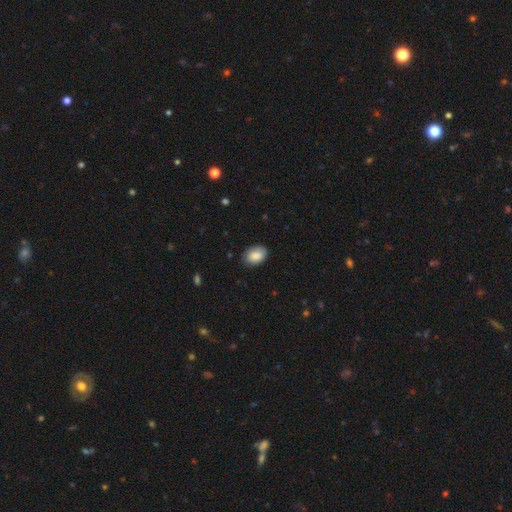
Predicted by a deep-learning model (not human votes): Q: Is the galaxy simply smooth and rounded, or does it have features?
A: smooth — 87%.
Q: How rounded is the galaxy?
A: in between — 84%.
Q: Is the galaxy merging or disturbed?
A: none — 83%.